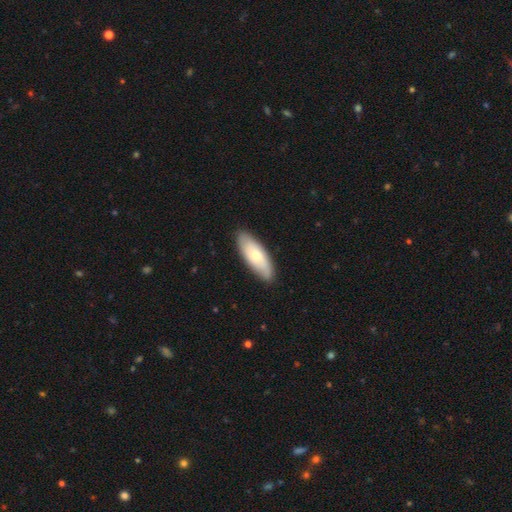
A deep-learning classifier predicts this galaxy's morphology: Smooth or featured? smooth (66%)
How rounded? in between (69%)
Merging? none (86%)